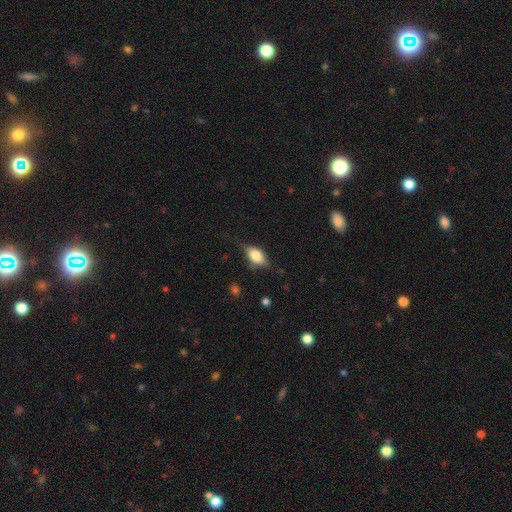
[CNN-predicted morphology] A smooth galaxy with no disk features (56%) that is in between round and cigar-shaped (78%). Merging: none (64%).